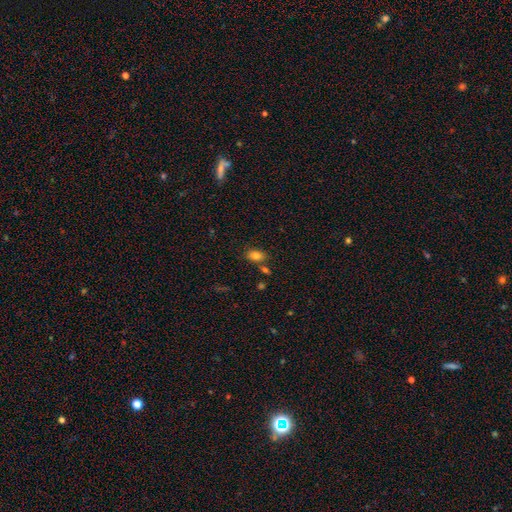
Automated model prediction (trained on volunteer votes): smooth_or_featured: smooth (p=0.82) [alt: star or artifact p=0.11]
how_rounded: in between (p=0.85) [alt: round p=0.13]
merging: none (p=0.72) [alt: minor disturbance p=0.13]